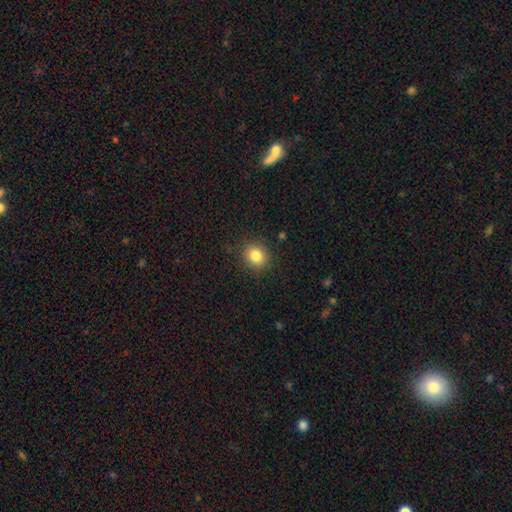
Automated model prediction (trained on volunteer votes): Smooth or featured: smooth — 84% (star or artifact — 11%)
How rounded: round — 75% (in between — 24%)
Merging: none — 88% (minor disturbance — 8%)